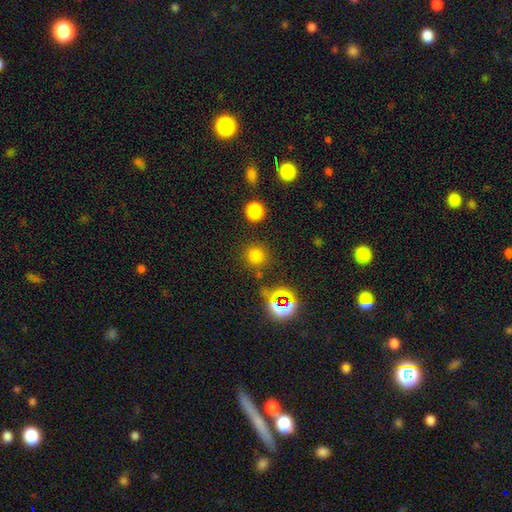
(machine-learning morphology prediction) Q: Smooth or featured?
A: smooth (72%); runner-up: star or artifact (22%)
Q: How rounded?
A: round (93%); runner-up: in between (6%)
Q: Merging?
A: none (82%); runner-up: minor disturbance (8%)